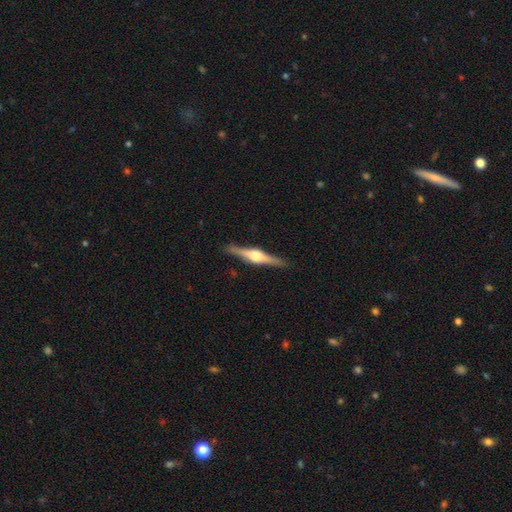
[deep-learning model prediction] Smooth or featured? Predicted: featured or disk (p=0.82). Edge-on disk? Predicted: yes (p=0.98). Edge-on bulge? Predicted: rounded (p=0.91). Merging? Predicted: none (p=0.91).